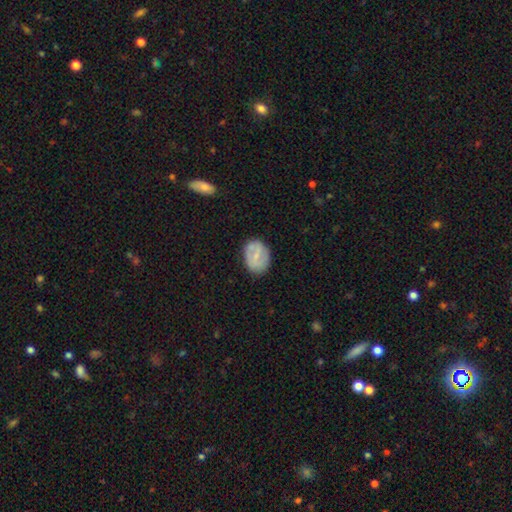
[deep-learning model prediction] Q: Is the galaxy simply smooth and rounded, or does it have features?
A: smooth — 49%.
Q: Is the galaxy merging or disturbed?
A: none — 78%.